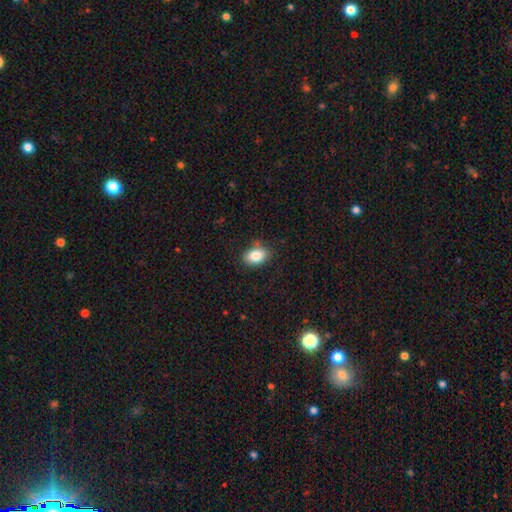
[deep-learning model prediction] This appears to be a smooth galaxy with no disk features (84%) that is in between round and cigar-shaped (81%). Merging: none (82%).